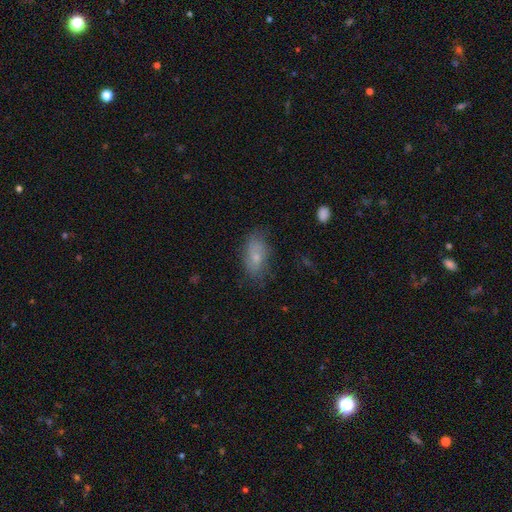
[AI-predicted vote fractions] Smooth or featured? smooth (63%)
How rounded? in between (89%)
Merging? none (70%)